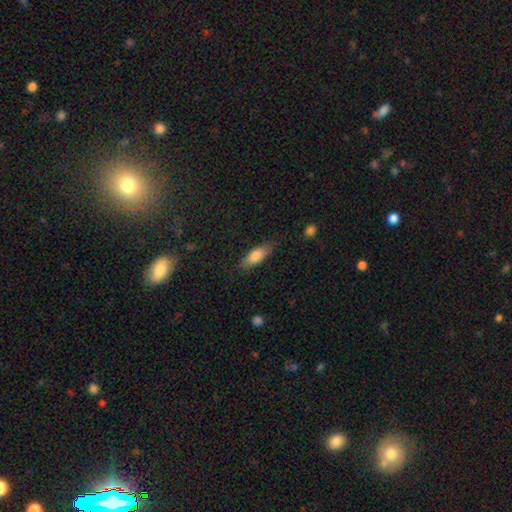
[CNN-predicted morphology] smooth-or-featured: smooth: 80% | featured or disk: 13% | star or artifact: 7%
  how-rounded: in between: 70% | cigar-shaped: 28% | round: 2%
  merging: none: 80% | minor disturbance: 15% | major disturbance: 4% | merger: 1%